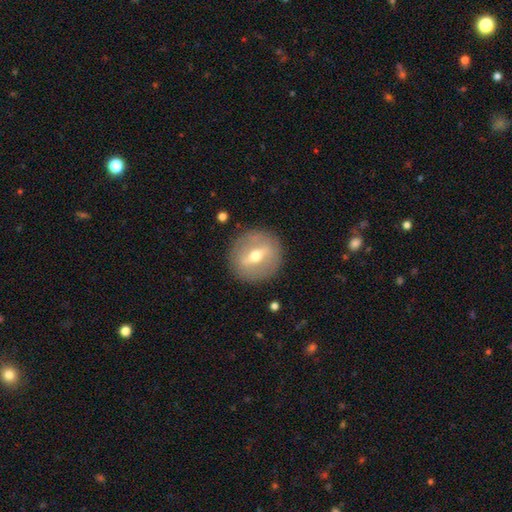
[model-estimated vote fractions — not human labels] featured or disk 61%, smooth 32%, star or artifact 7%. Down the decision tree: edge-on disk — no (75%); merging — none (88%).